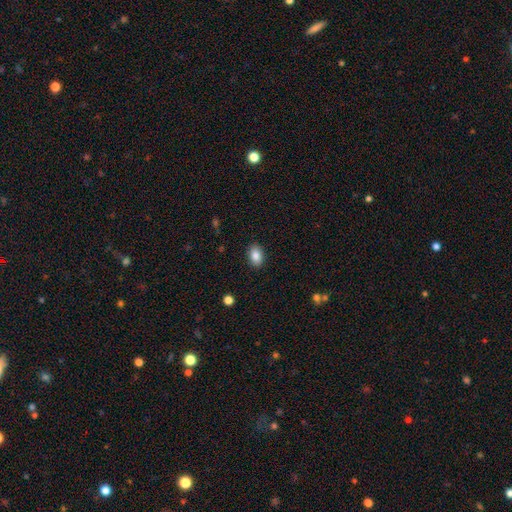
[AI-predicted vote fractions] Morphology: type=smooth (86%); roundness=in between (86%); merging=none (89%).